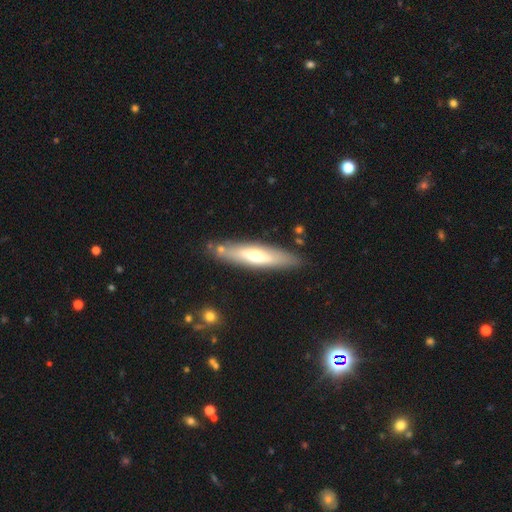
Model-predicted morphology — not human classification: smooth-or-featured: smooth: 48% | featured or disk: 47% | star or artifact: 5%
  merging: none: 83% | minor disturbance: 11% | merger: 4% | major disturbance: 3%